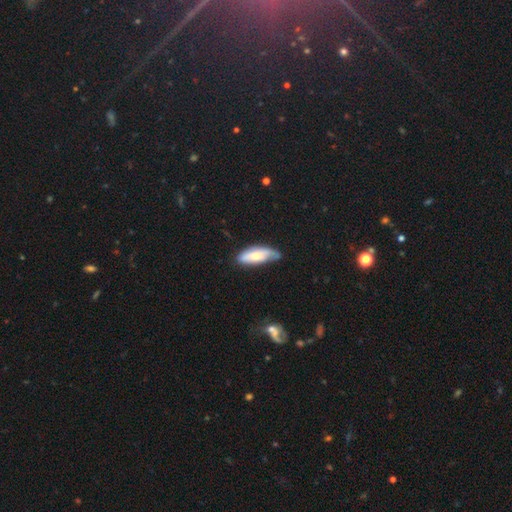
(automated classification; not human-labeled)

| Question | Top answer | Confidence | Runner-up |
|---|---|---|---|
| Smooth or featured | smooth | 64% | featured or disk (30%) |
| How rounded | in between | 65% | cigar-shaped (33%) |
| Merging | none | 52% | minor disturbance (36%) |